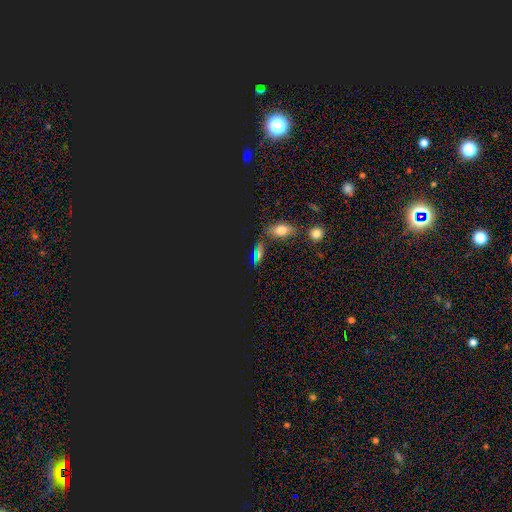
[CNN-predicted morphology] This is possibly a star or artifact rather than a galaxy (59%).